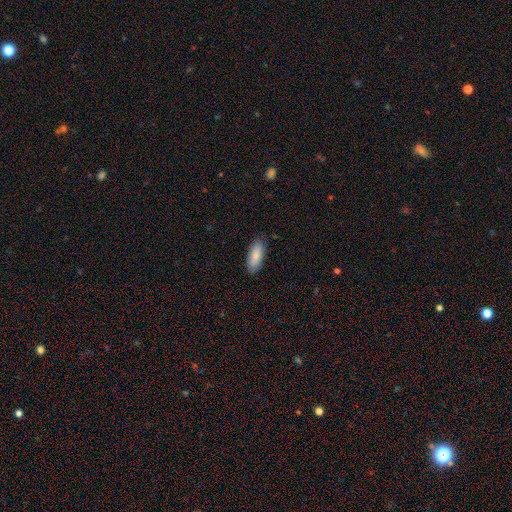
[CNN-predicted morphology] This is clearly a smooth galaxy (87%). How rounded: likely in between (77%). Merging: clearly none (87%).